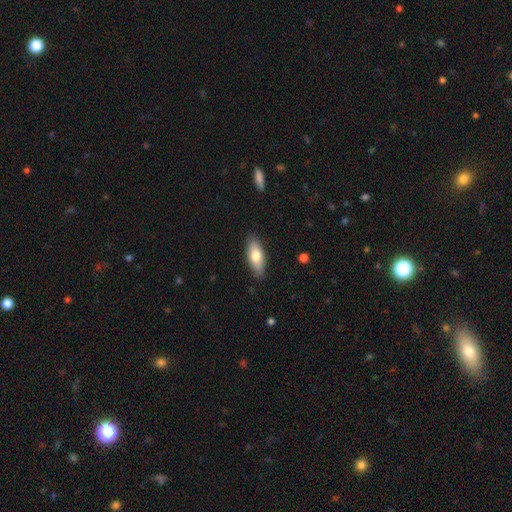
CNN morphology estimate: Overall: smooth (73%). How rounded: in between (73%). Merging: none (86%).